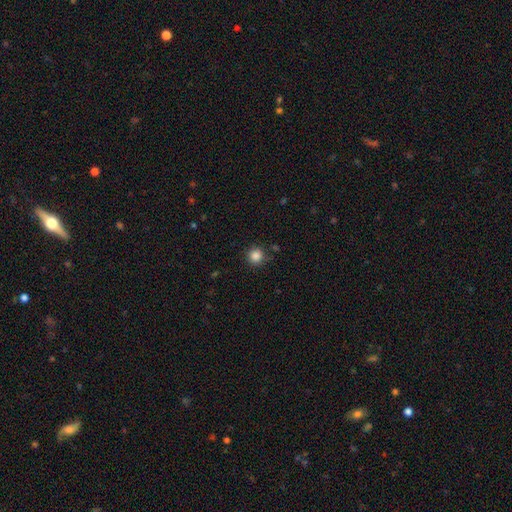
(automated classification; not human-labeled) This appears to be a smooth galaxy with no disk features (85%) that is round (95%). Merging: none (86%).